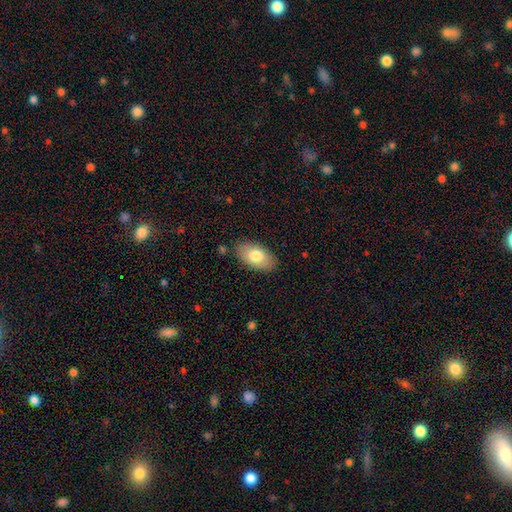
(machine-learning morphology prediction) A smooth galaxy with no disk features (77%) that is in between round and cigar-shaped (94%).

Vote fractions:
- Smooth or featured? smooth: 77% / featured or disk: 17% / star or artifact: 6%
- How rounded? in between: 94% / round: 4% / cigar-shaped: 2%
- Merging? none: 85% / minor disturbance: 11% / major disturbance: 3% / merger: 2%